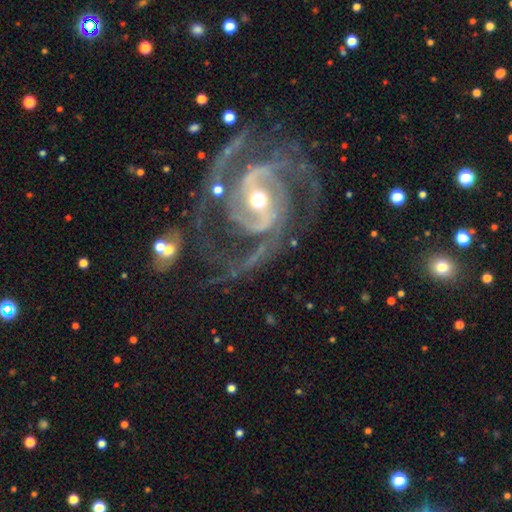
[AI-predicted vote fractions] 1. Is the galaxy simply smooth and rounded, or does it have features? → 92% featured or disk, 5% star or artifact, 3% smooth.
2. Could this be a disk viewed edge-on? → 98% no, 2% yes.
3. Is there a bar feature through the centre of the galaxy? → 38% weak, 36% strong, 25% no.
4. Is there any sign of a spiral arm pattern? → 98% yes, 2% no.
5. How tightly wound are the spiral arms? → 52% medium, 38% tight, 11% loose.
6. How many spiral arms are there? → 60% 2, 19% 3, 7% can't tell, 5% 4, 4% 1, 4% more than 4.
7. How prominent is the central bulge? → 58% moderate, 34% small, 6% large, 1% none, 1% dominant.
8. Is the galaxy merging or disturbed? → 63% none, 17% minor disturbance, 16% major disturbance, 4% merger.